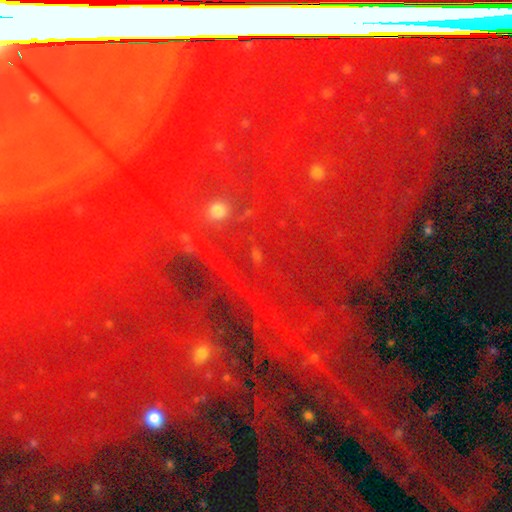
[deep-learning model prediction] smooth-or-featured: star or artifact: 84% | featured or disk: 9% | smooth: 7%